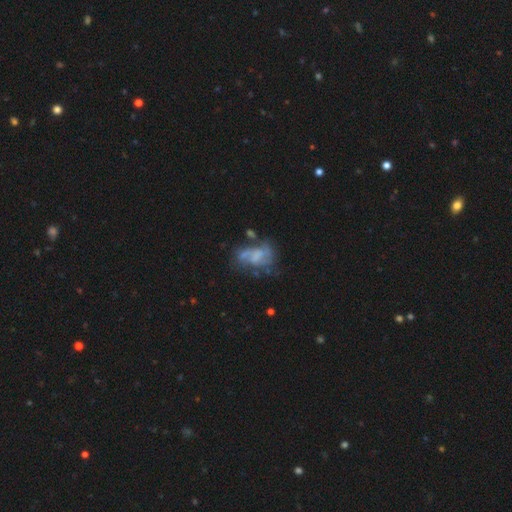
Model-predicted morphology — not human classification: Smooth or featured?
  - featured or disk: 62% *
  - smooth: 25%
  - star or artifact: 12%
Edge-on disk?
  - no: 97% *
  - yes: 3%
Bar?
  - no: 66% *
  - weak: 26%
  - strong: 8%
Spiral arms?
  - no: 50% * (tied)
  - yes: 50% * (tied)
Bulge size?
  - none: 60% *
  - small: 19%
  - moderate: 15%
  - large: 4%
  - dominant: 1%
Merging?
  - none: 34% *
  - major disturbance: 30%
  - minor disturbance: 20%
  - merger: 16%